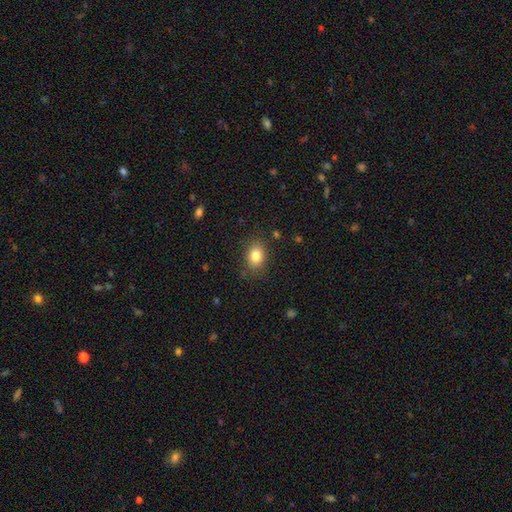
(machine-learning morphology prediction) A smooth galaxy with no disk features (83%) that is in between round and cigar-shaped (69%).

Vote fractions:
- Smooth or featured? smooth: 83% / star or artifact: 10% / featured or disk: 7%
- How rounded? in between: 69% / round: 30% / cigar-shaped: 1%
- Merging? none: 83% / minor disturbance: 12% / major disturbance: 3% / merger: 2%